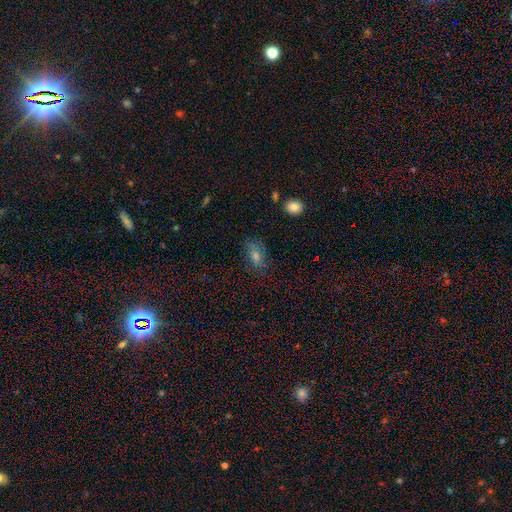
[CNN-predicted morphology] A smooth galaxy with no disk features (71%) that is in between round and cigar-shaped (85%). Merging: none (64%).